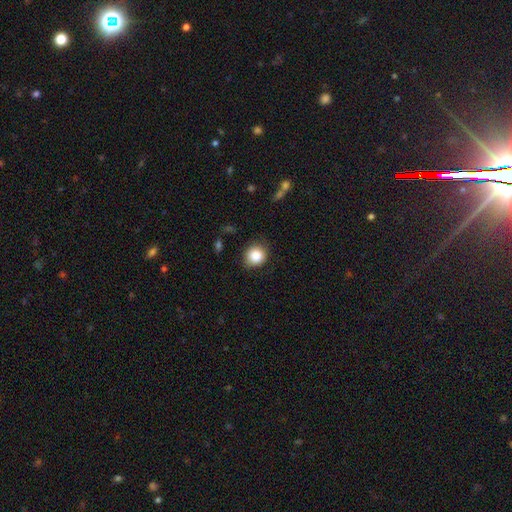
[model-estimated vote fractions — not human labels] smooth 87%, star or artifact 9%, featured or disk 4%. Down the decision tree: how rounded — round (85%); merging — none (81%).